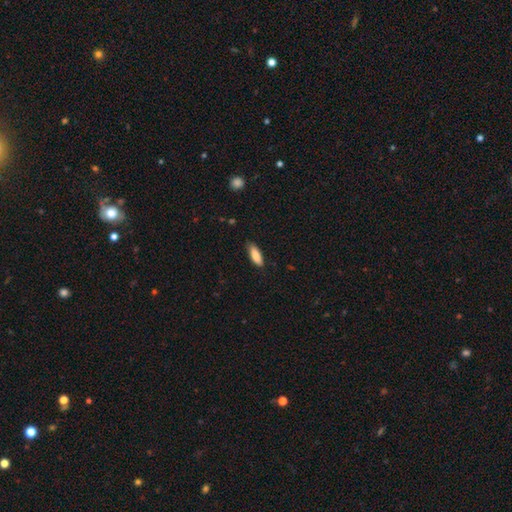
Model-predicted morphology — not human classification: A smooth galaxy with no disk features (84%) that is in between round and cigar-shaped (64%). Merging: none (82%).